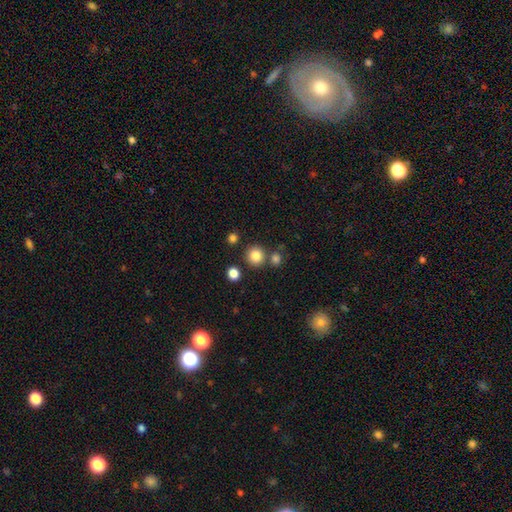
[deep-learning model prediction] Overall: smooth (84%). How rounded: round (92%). Merging: none (80%).